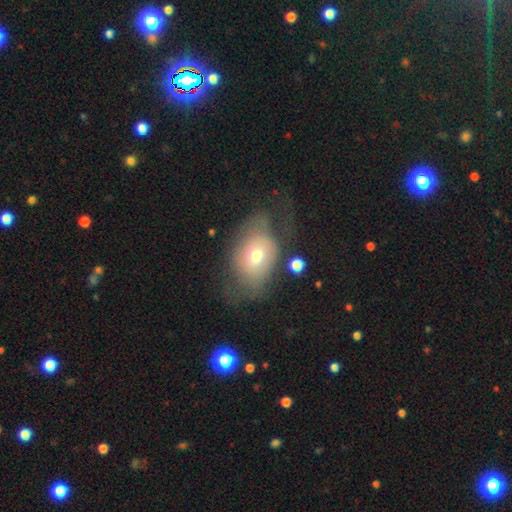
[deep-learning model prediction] Smooth or featured? smooth (55%)
How rounded? in between (72%)
Merging? none (39%)